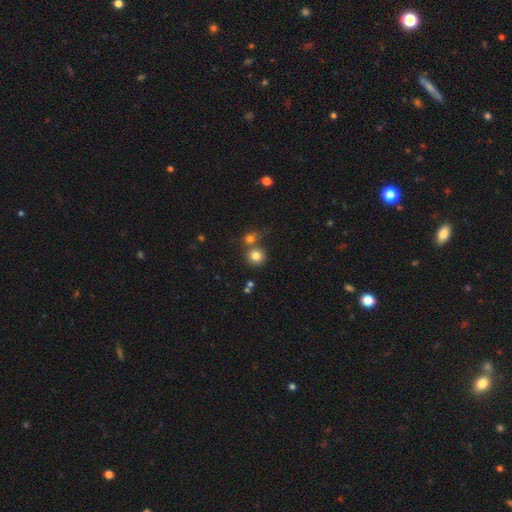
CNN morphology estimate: Smooth or featured: smooth — 79% (star or artifact — 12%)
How rounded: round — 87% (in between — 12%)
Merging: none — 59% (merger — 29%)